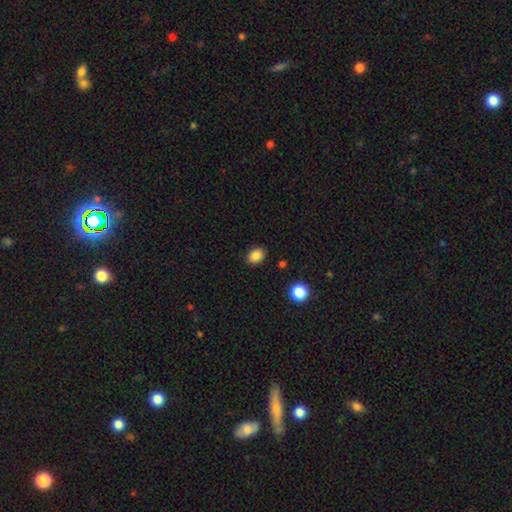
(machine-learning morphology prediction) Smooth or featured? Predicted: smooth (p=0.86). How rounded? Predicted: in between (p=0.65). Merging? Predicted: none (p=0.87).